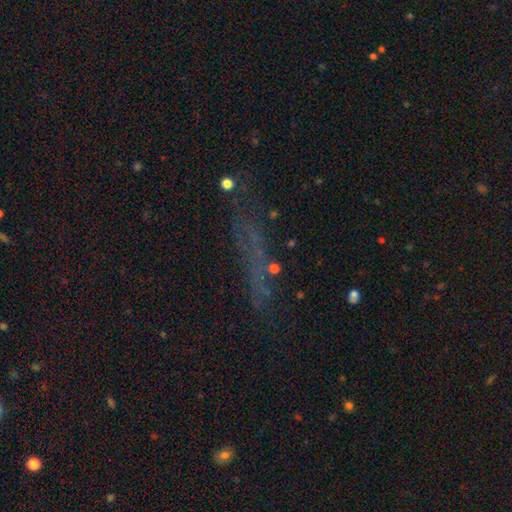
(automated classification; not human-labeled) This is marginally a star or artifact rather than a galaxy (42%).